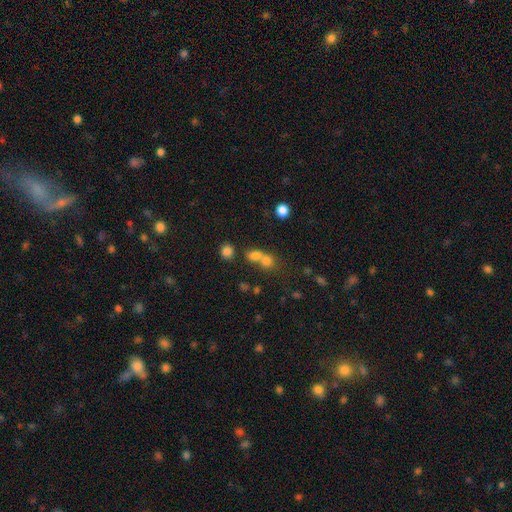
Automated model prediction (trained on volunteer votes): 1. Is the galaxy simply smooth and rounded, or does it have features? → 74% smooth, 15% star or artifact, 11% featured or disk.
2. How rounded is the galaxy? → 63% round, 34% in between, 2% cigar-shaped.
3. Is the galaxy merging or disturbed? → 59% merger, 31% none, 6% minor disturbance, 4% major disturbance.